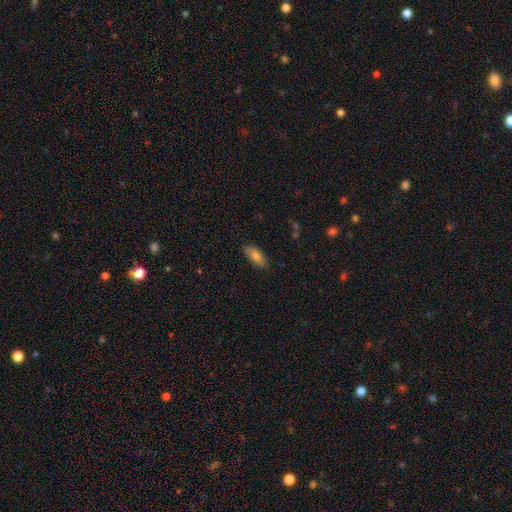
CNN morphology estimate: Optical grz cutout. It shows a smooth galaxy with no disk features (79%) that is in between round and cigar-shaped (77%). Merging: none (83%).